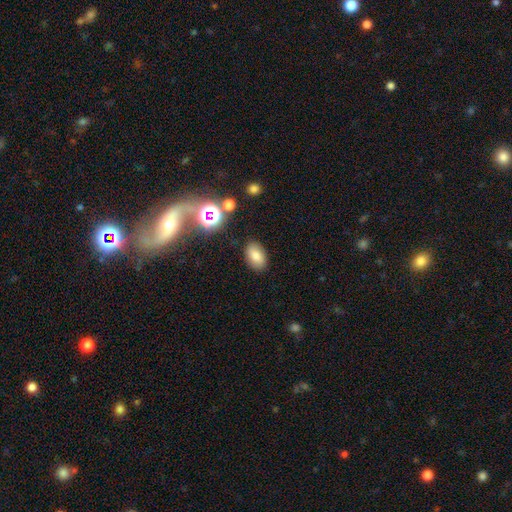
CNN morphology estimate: Smooth or featured?
  - smooth: 75% *
  - star or artifact: 13%
  - featured or disk: 12%
How rounded?
  - in between: 87% *
  - round: 12%
  - cigar-shaped: 1%
Merging?
  - none: 86% *
  - minor disturbance: 10%
  - major disturbance: 3%
  - merger: 2%